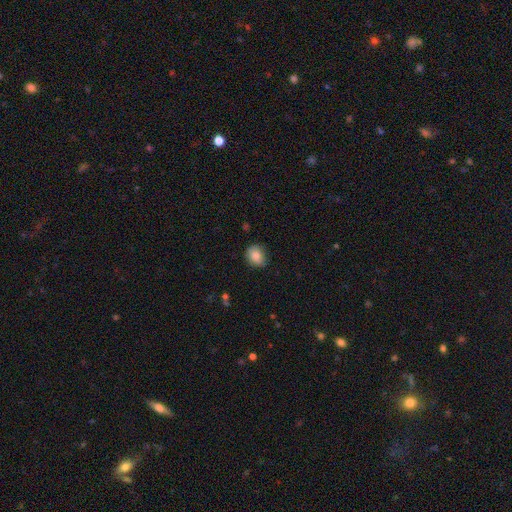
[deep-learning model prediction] This appears to be a smooth galaxy with no disk features (83%) that is round (58%). Merging: none (75%).